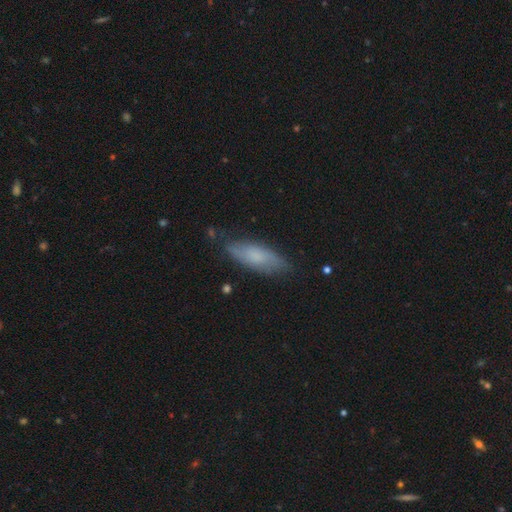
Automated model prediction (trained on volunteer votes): Q: Smooth or featured?
A: smooth (65%); runner-up: featured or disk (27%)
Q: How rounded?
A: in between (57%); runner-up: cigar-shaped (41%)
Q: Merging?
A: none (75%); runner-up: minor disturbance (19%)